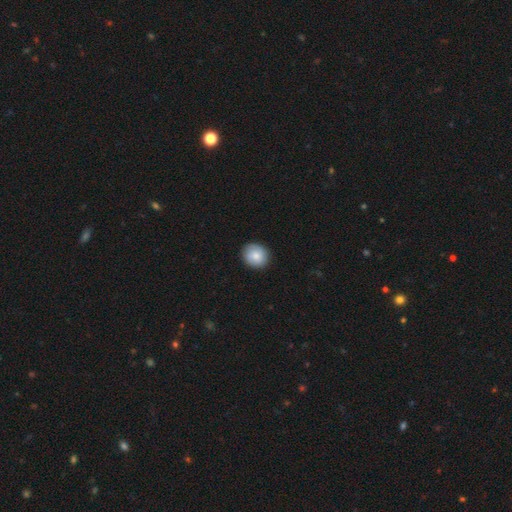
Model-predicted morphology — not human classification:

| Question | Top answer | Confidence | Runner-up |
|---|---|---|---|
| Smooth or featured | smooth | 82% | featured or disk (11%) |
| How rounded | round | 82% | in between (17%) |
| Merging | none | 89% | minor disturbance (9%) |